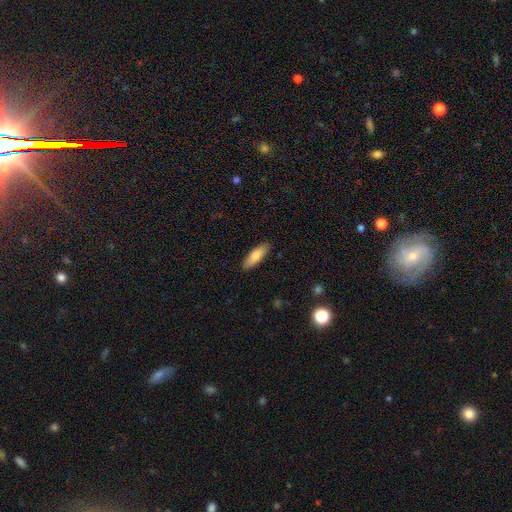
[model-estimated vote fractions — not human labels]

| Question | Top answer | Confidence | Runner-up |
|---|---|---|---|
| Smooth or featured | smooth | 79% | featured or disk (15%) |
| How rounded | in between | 53% | cigar-shaped (45%) |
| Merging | none | 89% | minor disturbance (9%) |